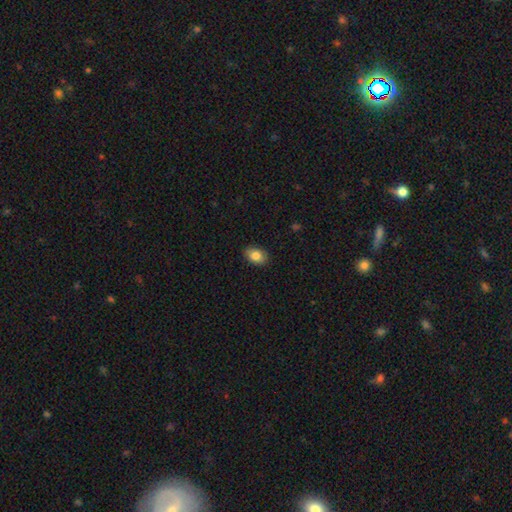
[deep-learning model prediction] smooth-or-featured: smooth: 83% | featured or disk: 9% | star or artifact: 8%
  how-rounded: in between: 80% | round: 19% | cigar-shaped: 1%
  merging: none: 87% | minor disturbance: 10% | major disturbance: 2% | merger: 1%